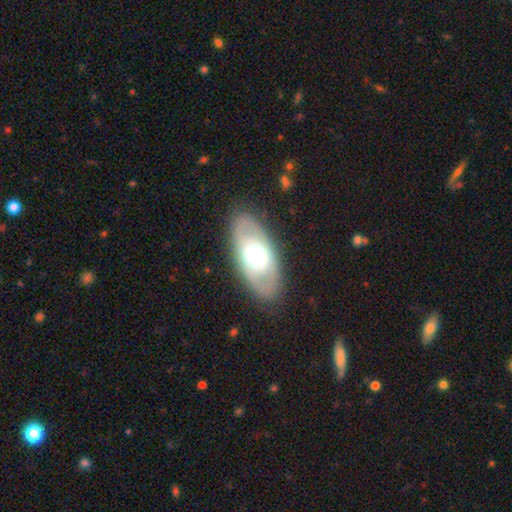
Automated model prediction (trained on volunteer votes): The model was most divided on "smooth or featured": featured or disk: 50%, smooth: 44%, star or artifact: 7%. More confident: merging — none (83%).